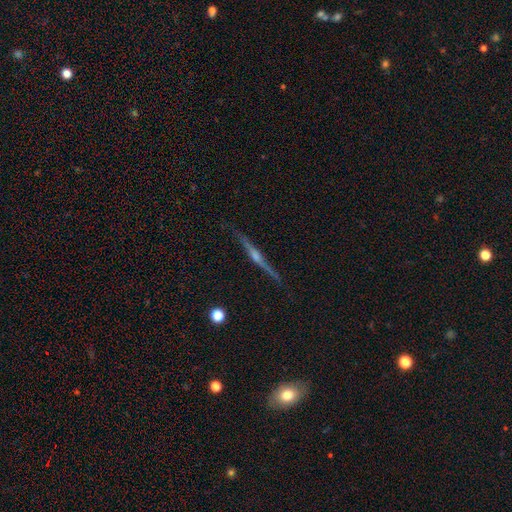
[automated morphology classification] Smooth or featured? Predicted: featured or disk (p=0.85). Edge-on disk? Predicted: yes (p=0.98). Edge-on bulge? Predicted: rounded (p=0.86). Merging? Predicted: none (p=0.89).